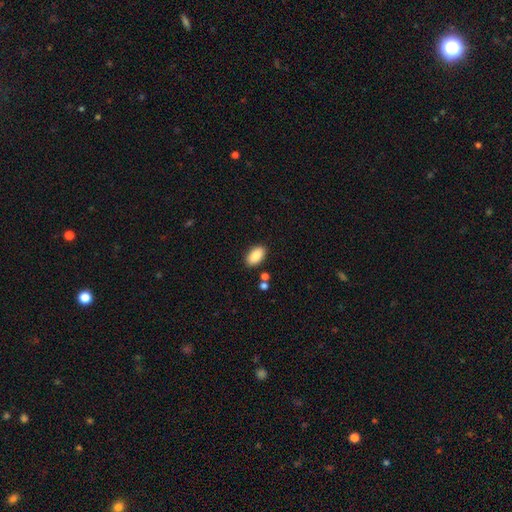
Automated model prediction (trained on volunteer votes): Q: Smooth or featured?
A: smooth (87%); runner-up: star or artifact (7%)
Q: How rounded?
A: in between (94%); runner-up: round (4%)
Q: Merging?
A: none (85%); runner-up: minor disturbance (9%)